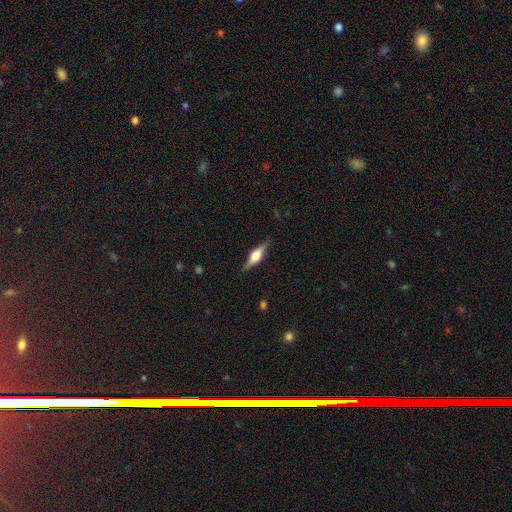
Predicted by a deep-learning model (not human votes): Overall: featured or disk (68%). Edge-on disk: yes (96%). Edge-on bulge: rounded (85%). Merging: none (85%).